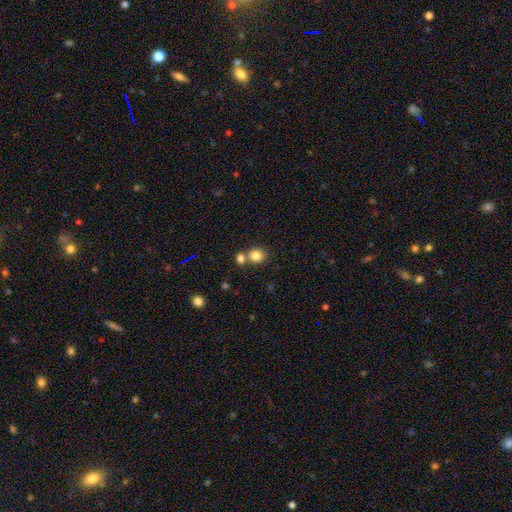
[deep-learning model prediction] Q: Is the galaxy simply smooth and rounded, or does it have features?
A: smooth — 83%.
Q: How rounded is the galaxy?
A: round — 77%.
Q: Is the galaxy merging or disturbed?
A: none — 55%.